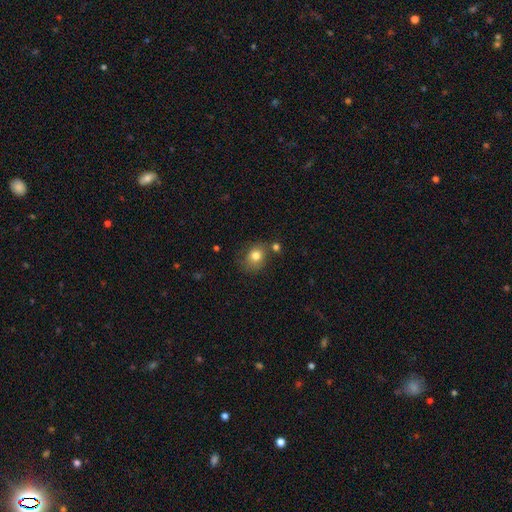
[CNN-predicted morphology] This is likely a smooth galaxy (80%). How rounded: possibly round (59%). Merging: likely none (63%).